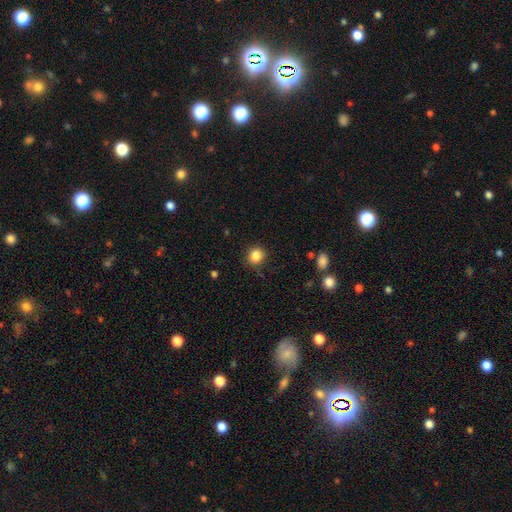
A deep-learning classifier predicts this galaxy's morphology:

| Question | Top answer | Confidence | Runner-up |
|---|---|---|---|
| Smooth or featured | smooth | 85% | star or artifact (11%) |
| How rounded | round | 86% | in between (13%) |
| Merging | none | 88% | minor disturbance (8%) |